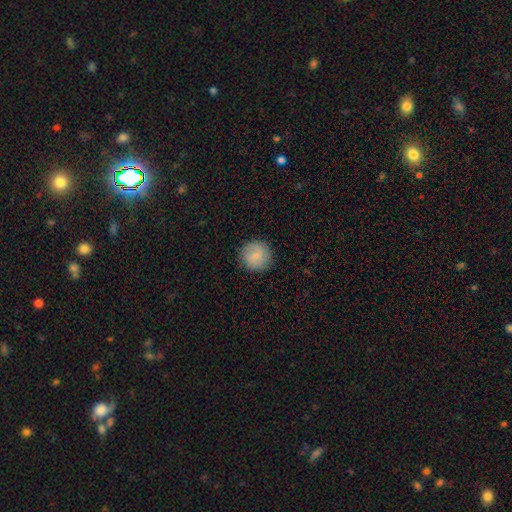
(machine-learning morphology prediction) This is likely a smooth galaxy (76%). How rounded: clearly round (94%). Merging: clearly none (88%).